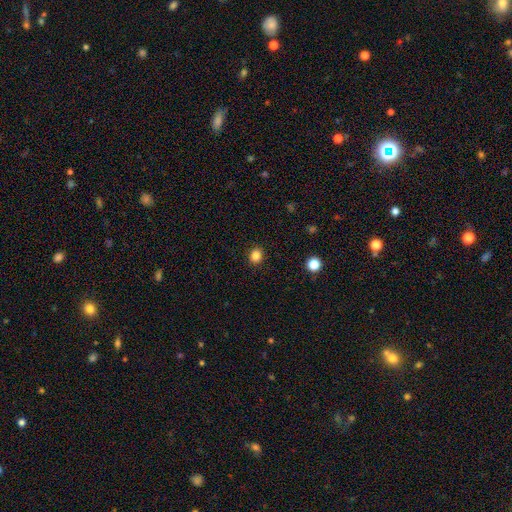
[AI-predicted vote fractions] Q: Smooth or featured?
A: smooth (85%); runner-up: star or artifact (12%)
Q: How rounded?
A: round (72%); runner-up: in between (27%)
Q: Merging?
A: none (91%); runner-up: minor disturbance (6%)